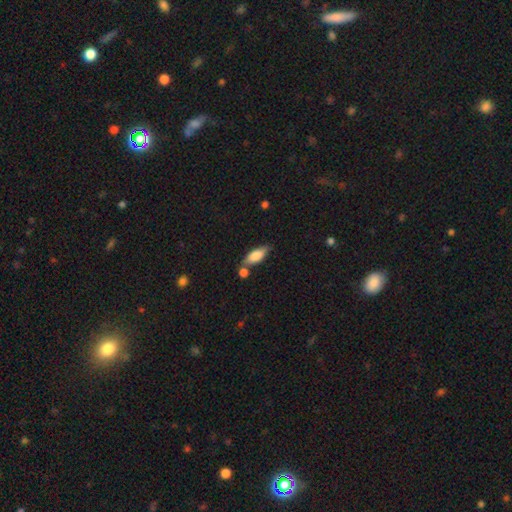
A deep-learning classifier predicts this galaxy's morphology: Overall: smooth (78%). How rounded: in between (73%). Merging: none (60%).